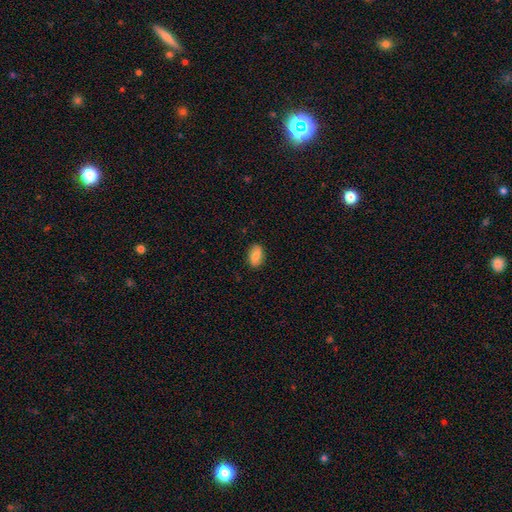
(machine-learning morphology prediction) This is clearly a smooth galaxy (82%). How rounded: clearly in between (91%). Merging: clearly none (86%).